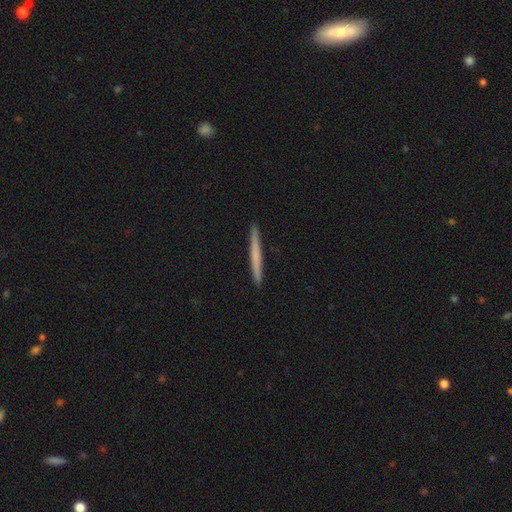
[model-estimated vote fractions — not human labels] Morphology: type=smooth (59%); roundness=cigar-shaped (97%); merging=none (93%).